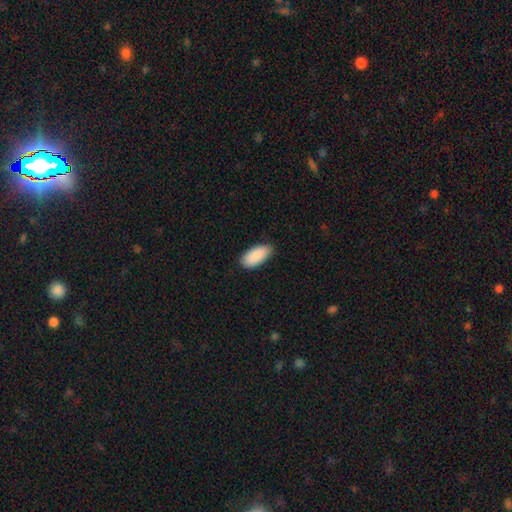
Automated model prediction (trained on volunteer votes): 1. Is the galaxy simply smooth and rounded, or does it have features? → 91% smooth, 6% star or artifact, 3% featured or disk.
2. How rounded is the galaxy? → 93% in between, 5% cigar-shaped, 2% round.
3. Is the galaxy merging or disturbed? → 83% none, 14% minor disturbance, 2% major disturbance, 1% merger.